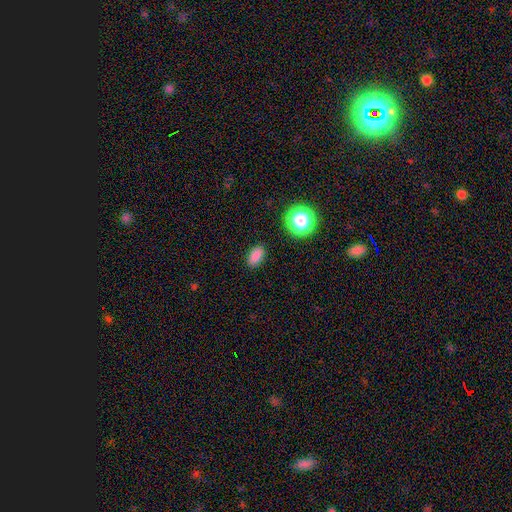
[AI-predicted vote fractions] Smooth or featured: smooth — 83% (star or artifact — 13%)
How rounded: in between — 86% (round — 11%)
Merging: none — 87% (minor disturbance — 9%)